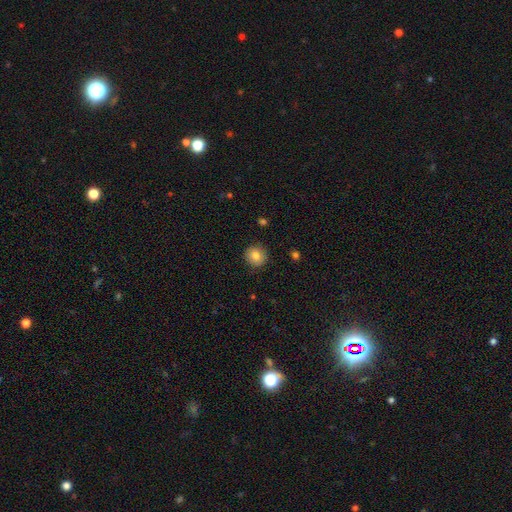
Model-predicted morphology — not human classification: Smooth or featured: smooth — 81% (featured or disk — 10%)
How rounded: round — 92% (in between — 7%)
Merging: none — 90% (minor disturbance — 7%)